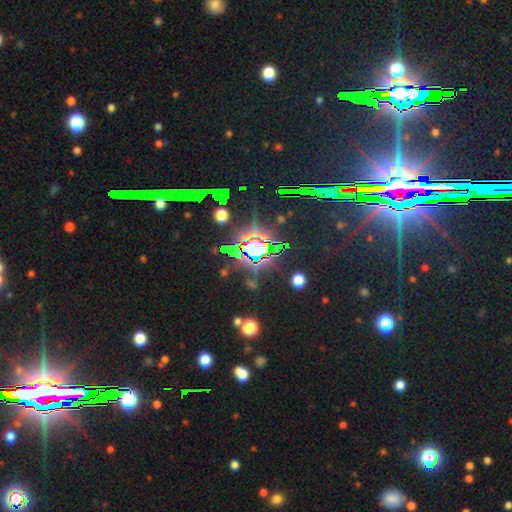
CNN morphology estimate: A star or artifact, not a galaxy (83%).

Vote fractions:
- Smooth or featured? star or artifact: 83% / featured or disk: 9% / smooth: 8%